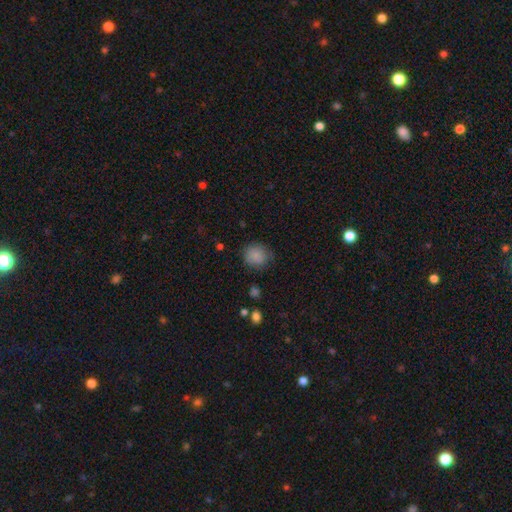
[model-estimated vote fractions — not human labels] smooth 86%, star or artifact 9%, featured or disk 6%. Down the decision tree: how rounded — round (79%); merging — none (78%).